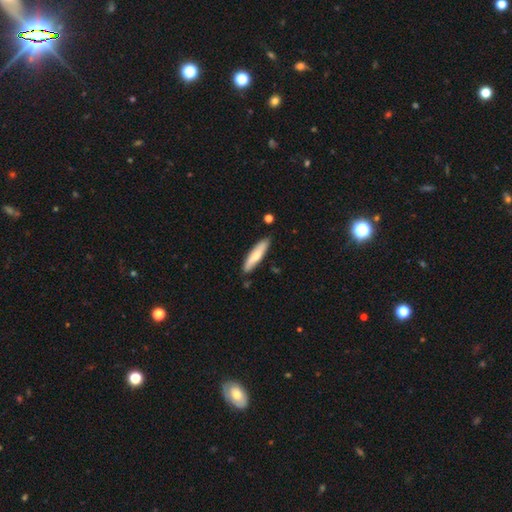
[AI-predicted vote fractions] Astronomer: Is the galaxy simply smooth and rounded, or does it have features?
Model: smooth — 66%.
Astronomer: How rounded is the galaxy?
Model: cigar-shaped — 78%.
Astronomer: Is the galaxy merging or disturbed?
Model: none — 84%.